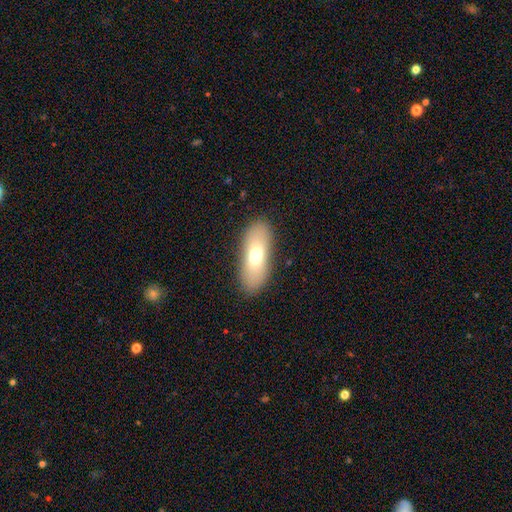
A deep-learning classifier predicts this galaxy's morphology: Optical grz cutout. It shows a smooth galaxy with no disk features (69%) that is in between round and cigar-shaped (74%). Merging: none (86%).